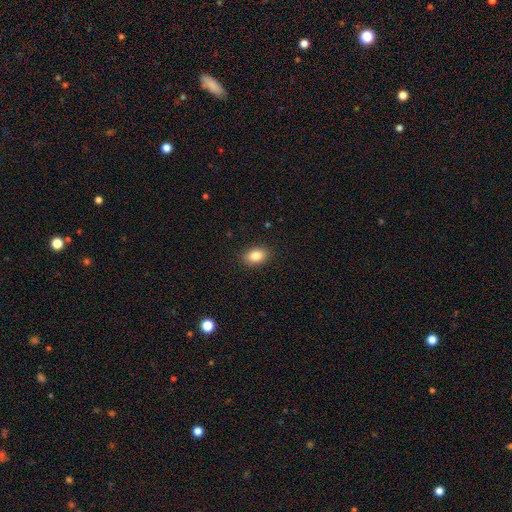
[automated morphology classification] This appears to be a smooth galaxy with no disk features (86%) that is in between round and cigar-shaped (84%). Merging: none (88%).